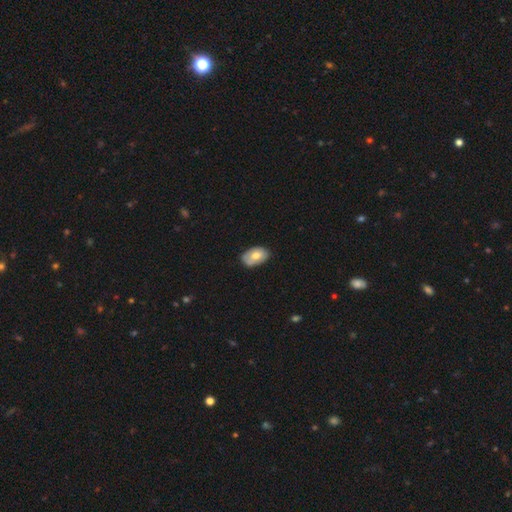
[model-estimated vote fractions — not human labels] Smooth or featured? smooth (66%)
How rounded? in between (90%)
Merging? none (76%)